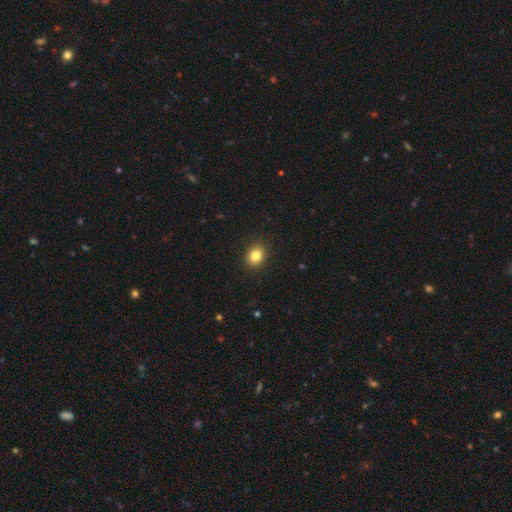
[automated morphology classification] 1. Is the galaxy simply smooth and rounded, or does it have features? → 83% smooth, 10% star or artifact, 7% featured or disk.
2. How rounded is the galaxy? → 55% round, 44% in between, 1% cigar-shaped.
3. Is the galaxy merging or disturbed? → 90% none, 7% minor disturbance, 2% major disturbance, 1% merger.